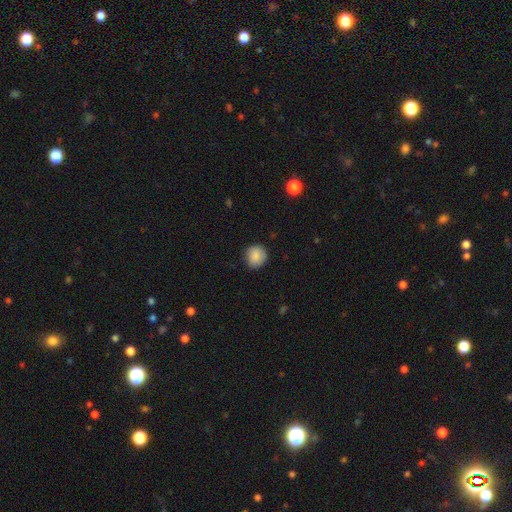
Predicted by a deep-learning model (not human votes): Smooth or featured?
  - smooth: 86% *
  - star or artifact: 8%
  - featured or disk: 6%
How rounded?
  - round: 87% *
  - in between: 12%
  - cigar-shaped: 1%
Merging?
  - none: 83% *
  - minor disturbance: 14%
  - major disturbance: 3%
  - merger: 1%